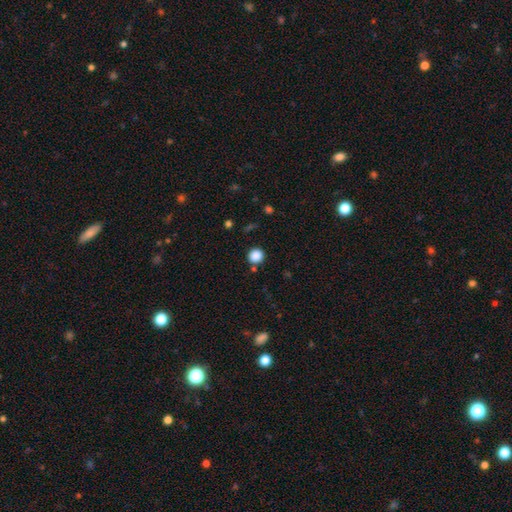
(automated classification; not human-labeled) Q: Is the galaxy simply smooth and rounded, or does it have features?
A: smooth — 86%.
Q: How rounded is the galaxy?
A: round — 91%.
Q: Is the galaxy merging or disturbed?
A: none — 84%.